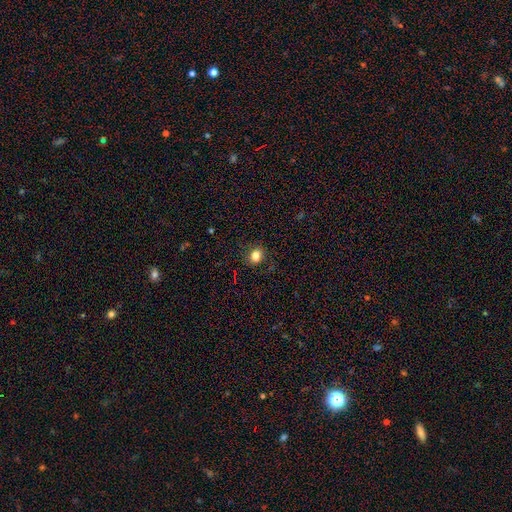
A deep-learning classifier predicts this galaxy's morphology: Smooth or featured? Predicted: smooth (p=0.82). How rounded? Predicted: round (p=0.64). Merging? Predicted: none (p=0.87).